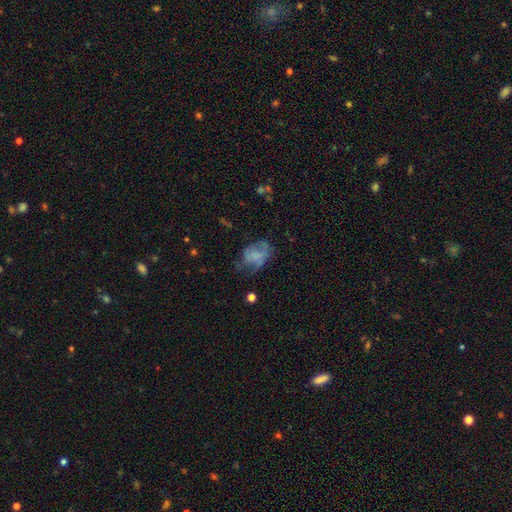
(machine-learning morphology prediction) The model was most divided on "merging" (2-way tie): none: 34%, major disturbance: 34%, minor disturbance: 29%, merger: 3%. More confident: how rounded — in between (76%); smooth or featured — smooth (51%).